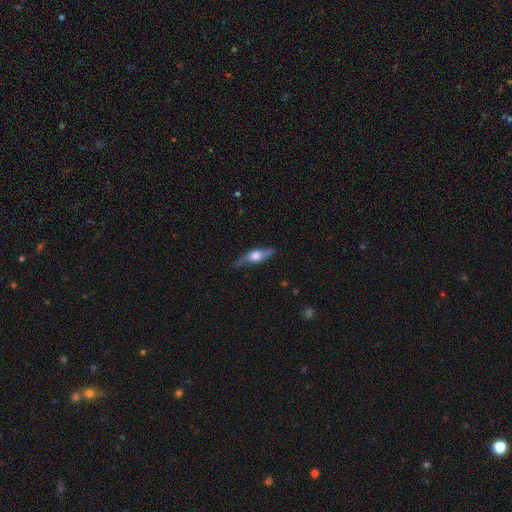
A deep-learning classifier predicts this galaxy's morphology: This appears to be a featured or disk galaxy (63%) viewed edge-on (90%) with a rounded central bulge (90%). Merging: none (78%).